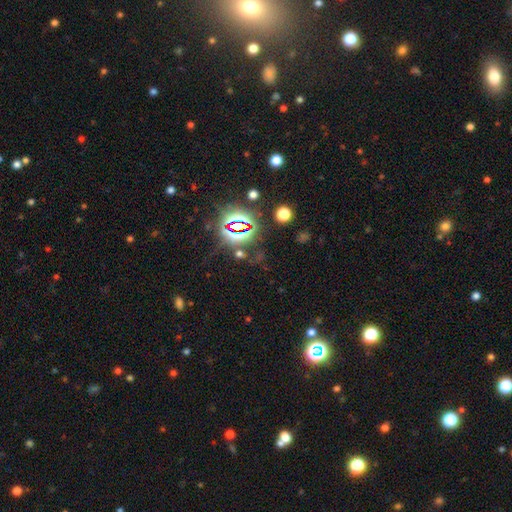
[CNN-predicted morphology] smooth_or_featured: star or artifact (p=0.79) [alt: smooth p=0.12]